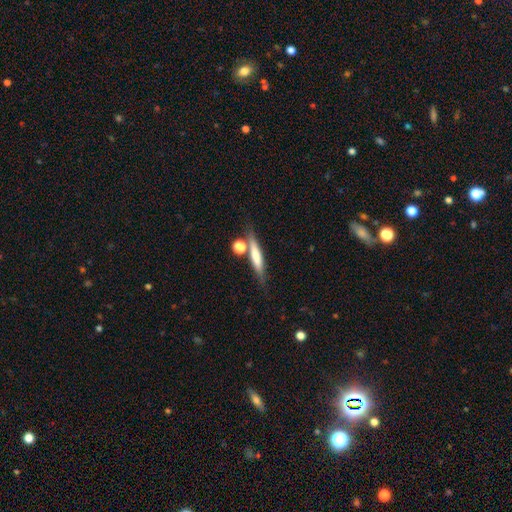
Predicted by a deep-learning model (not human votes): Smooth or featured?
  - smooth: 60% *
  - featured or disk: 33%
  - star or artifact: 7%
How rounded?
  - cigar-shaped: 83% *
  - in between: 12%
  - round: 5%
Merging?
  - none: 68% *
  - merger: 15%
  - minor disturbance: 13%
  - major disturbance: 4%